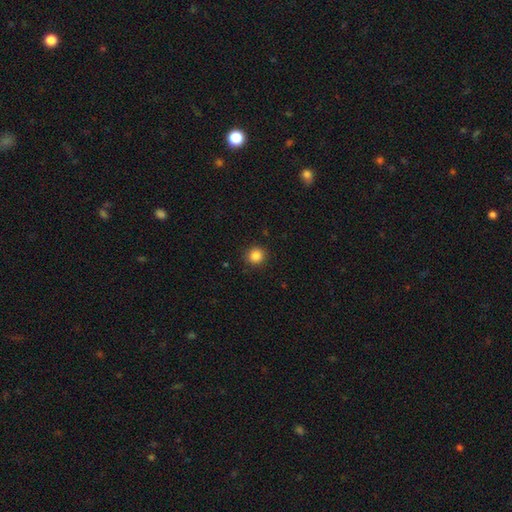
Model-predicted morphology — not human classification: The model was most divided on "smooth or featured": smooth: 85%, star or artifact: 11%, featured or disk: 4%. More confident: how rounded — round (92%); merging — none (92%).